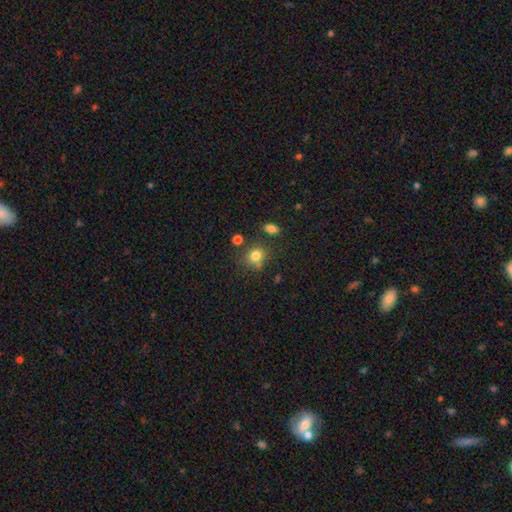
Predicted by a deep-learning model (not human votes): A smooth galaxy with no disk features (79%) that is round (68%).

Vote fractions:
- Smooth or featured? smooth: 79% / star or artifact: 13% / featured or disk: 8%
- How rounded? round: 68% / in between: 31% / cigar-shaped: 1%
- Merging? none: 66% / minor disturbance: 15% / merger: 13% / major disturbance: 5%